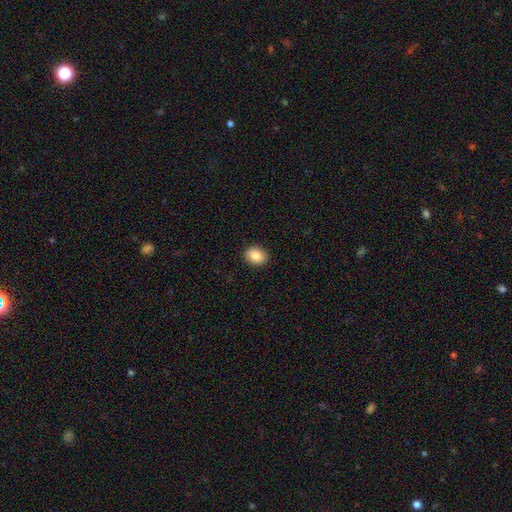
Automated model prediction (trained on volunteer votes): Smooth or featured? Predicted: smooth (p=0.85). How rounded? Predicted: in between (p=0.60). Merging? Predicted: none (p=0.90).